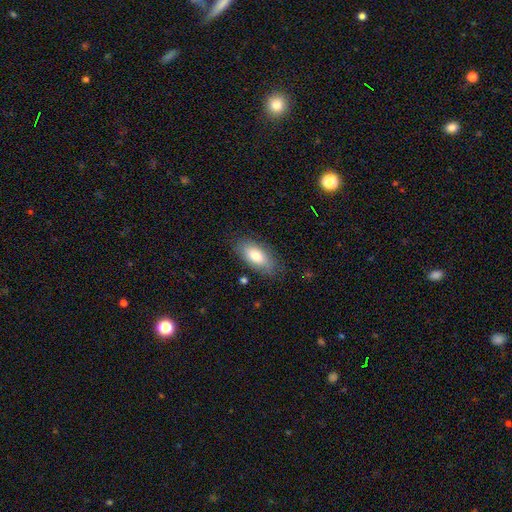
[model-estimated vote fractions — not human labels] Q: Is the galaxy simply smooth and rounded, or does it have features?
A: smooth — 78%.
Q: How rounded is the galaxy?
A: in between — 88%.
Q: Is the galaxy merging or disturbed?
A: none — 80%.